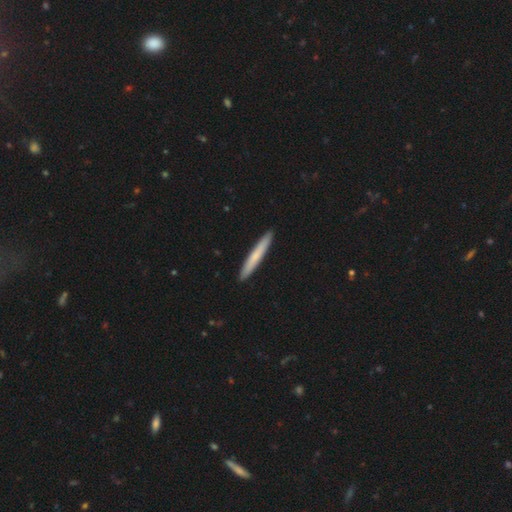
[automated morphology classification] This is likely a smooth galaxy (69%). How rounded: clearly cigar-shaped (96%). Merging: clearly none (93%).